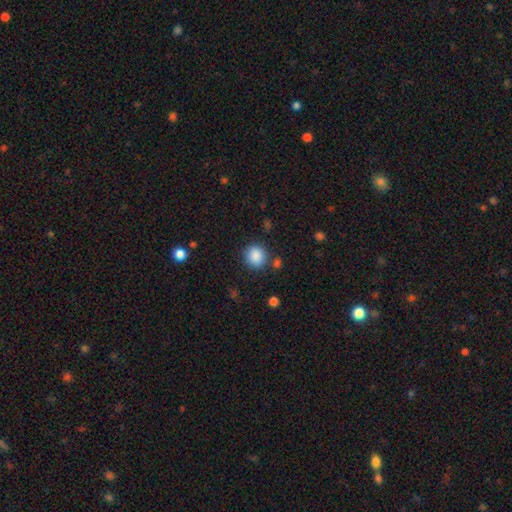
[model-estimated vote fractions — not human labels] The model was most divided on "merging": none: 83%, minor disturbance: 9%, merger: 4%, major disturbance: 3%. More confident: smooth or featured — smooth (87%); how rounded — round (87%).